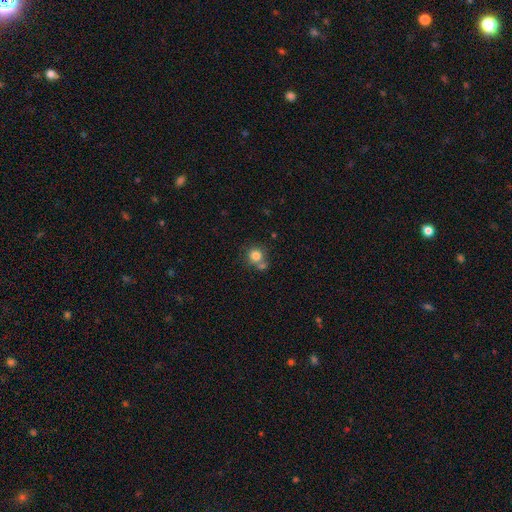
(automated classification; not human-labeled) Q: Smooth or featured?
A: smooth (81%); runner-up: star or artifact (11%)
Q: How rounded?
A: round (90%); runner-up: in between (9%)
Q: Merging?
A: none (58%); runner-up: merger (27%)